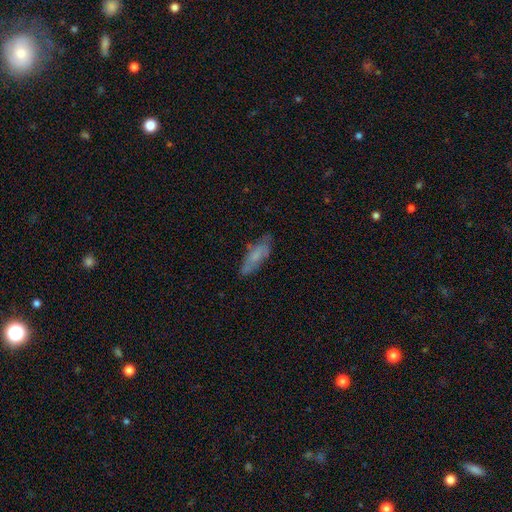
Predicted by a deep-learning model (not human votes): Smooth or featured? Predicted: smooth (p=0.62). How rounded? Predicted: in between (p=0.51). Merging? Predicted: none (p=0.68).